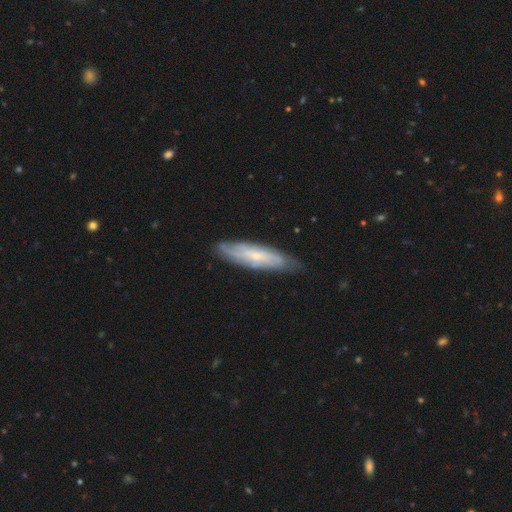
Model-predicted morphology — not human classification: Smooth or featured? featured or disk (63%)
Edge-on disk? no (62%)
Merging? none (80%)